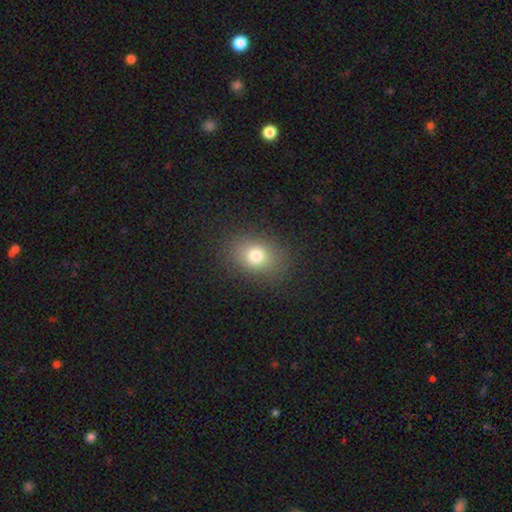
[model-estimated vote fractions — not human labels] smooth-or-featured: smooth: 78% | star or artifact: 13% | featured or disk: 9%
  how-rounded: in between: 62% | round: 36% | cigar-shaped: 1%
  merging: none: 86% | minor disturbance: 9% | major disturbance: 4% | merger: 1%